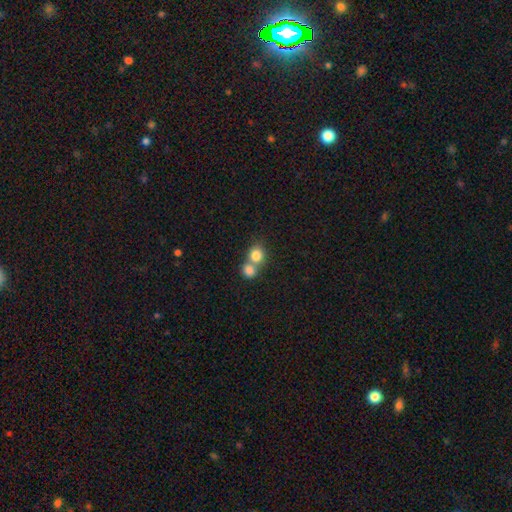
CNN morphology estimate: A smooth galaxy with no disk features (81%) that is round (80%).

Vote fractions:
- Smooth or featured? smooth: 81% / star or artifact: 10% / featured or disk: 9%
- How rounded? round: 80% / in between: 19% / cigar-shaped: 1%
- Merging? merger: 54% / none: 38% / minor disturbance: 6% / major disturbance: 2%